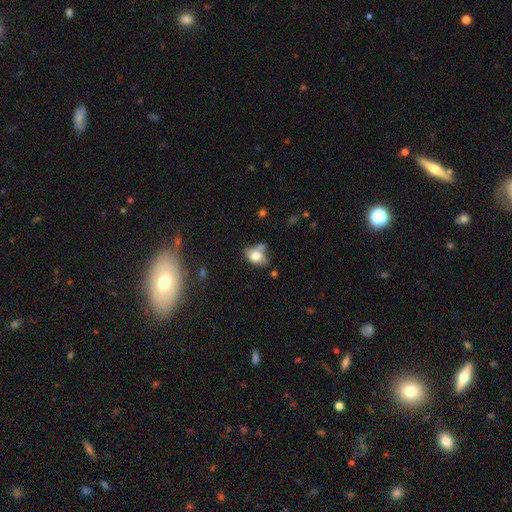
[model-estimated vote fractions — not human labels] A smooth galaxy with no disk features (73%) that is in between round and cigar-shaped (79%). Merging: none (40%).